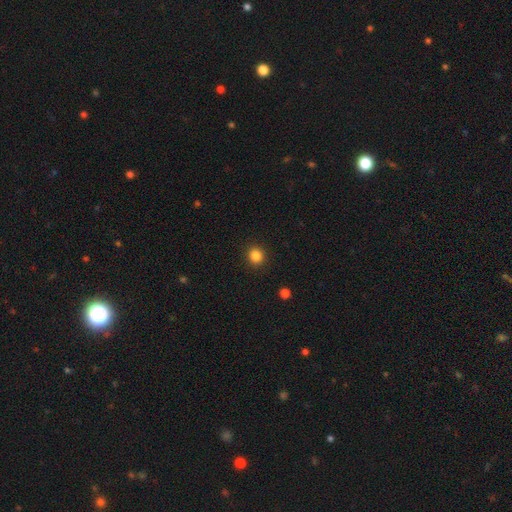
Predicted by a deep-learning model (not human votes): The model was most divided on "smooth or featured": smooth: 85%, star or artifact: 12%, featured or disk: 4%. More confident: merging — none (92%); how rounded — round (88%).